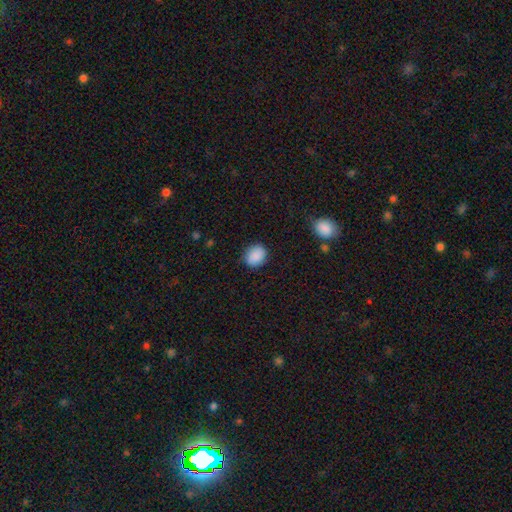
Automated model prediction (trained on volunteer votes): Smooth or featured? Predicted: smooth (p=0.88). How rounded? Predicted: round (p=0.55). Merging? Predicted: none (p=0.83).